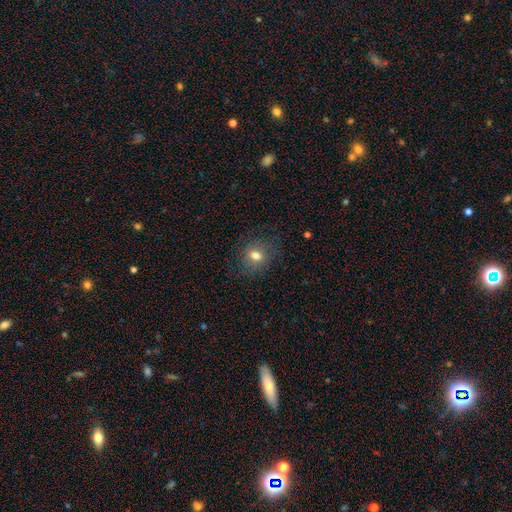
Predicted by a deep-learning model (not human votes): Smooth or featured? Predicted: smooth (p=0.72). How rounded? Predicted: round (p=0.63). Merging? Predicted: none (p=0.80).